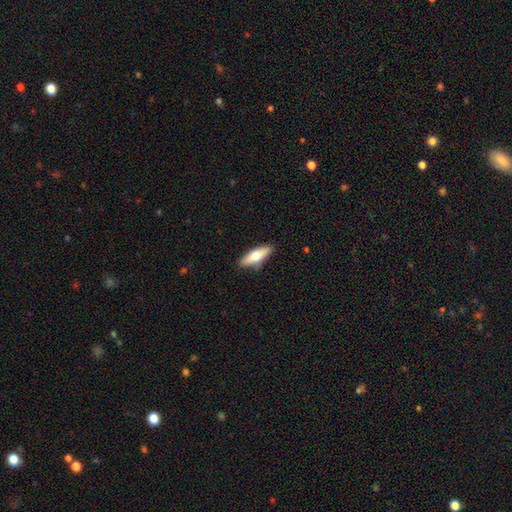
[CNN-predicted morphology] This appears to be a smooth galaxy with no disk features (62%) that is cigar-shaped (51%). Merging: none (84%).